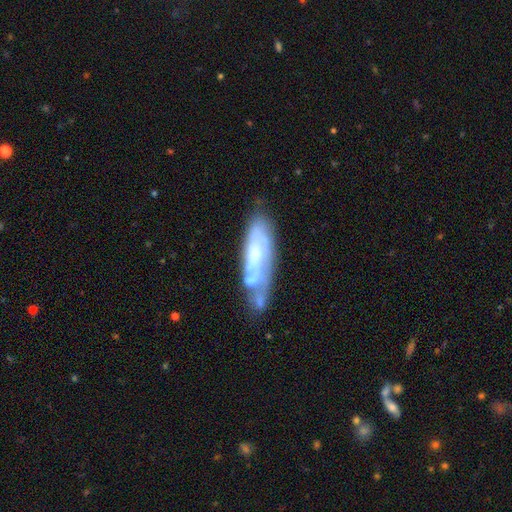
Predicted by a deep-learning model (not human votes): Morphology: type=featured or disk (70%); edge-on=no (82%); bar=no (63%); spiral arms=yes (81%); bulge=small (45%); merging=none (50%).